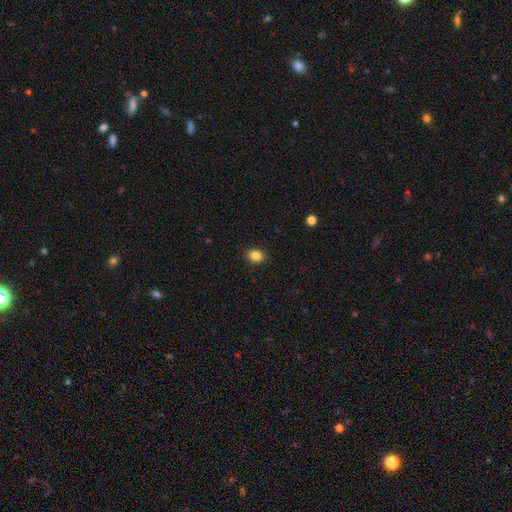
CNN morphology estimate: Overall: smooth (85%). How rounded: in between (56%; round 43%). Merging: none (91%).